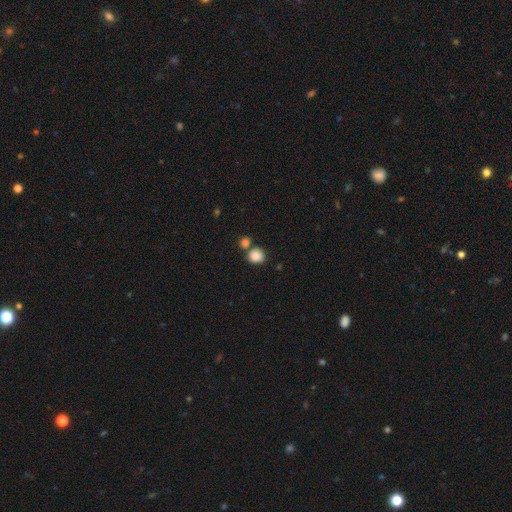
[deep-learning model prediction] A smooth galaxy with no disk features (86%) that is round (83%). Merging: none (63%).